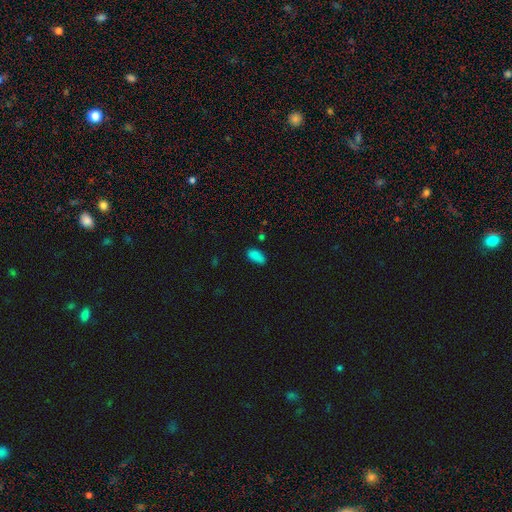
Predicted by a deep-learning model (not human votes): Smooth or featured: smooth — 83% (star or artifact — 13%)
How rounded: in between — 91% (cigar-shaped — 6%)
Merging: none — 78% (minor disturbance — 16%)